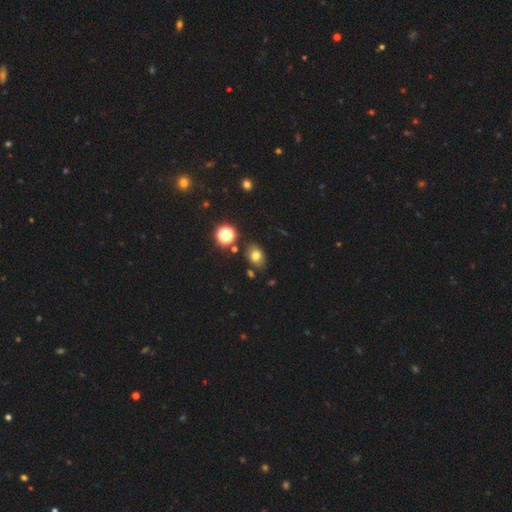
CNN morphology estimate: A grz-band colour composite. It shows a smooth galaxy with no disk features (74%) that is in between round and cigar-shaped (70%). Merging: none (79%).